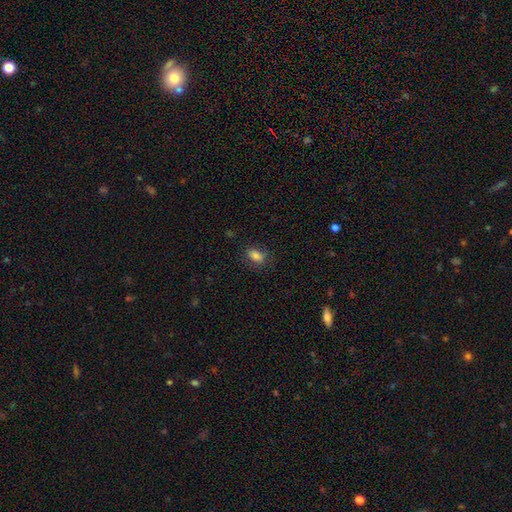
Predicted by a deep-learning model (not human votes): Smooth or featured?
  - smooth: 83% *
  - star or artifact: 10%
  - featured or disk: 7%
How rounded?
  - in between: 84% *
  - round: 13%
  - cigar-shaped: 3%
Merging?
  - none: 76% *
  - minor disturbance: 17%
  - major disturbance: 5%
  - merger: 1%